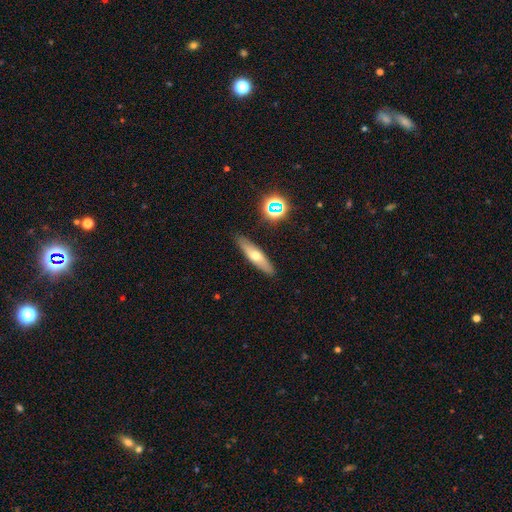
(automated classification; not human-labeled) This is possibly a smooth galaxy (51%). How rounded: likely cigar-shaped (73%). Merging: clearly none (87%).